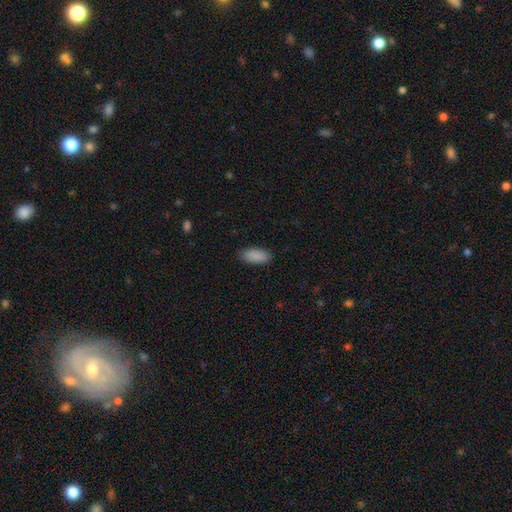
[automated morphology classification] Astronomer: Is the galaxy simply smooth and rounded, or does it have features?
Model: smooth — 90%.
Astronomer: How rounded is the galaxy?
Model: in between — 87%.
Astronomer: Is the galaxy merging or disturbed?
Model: none — 86%.